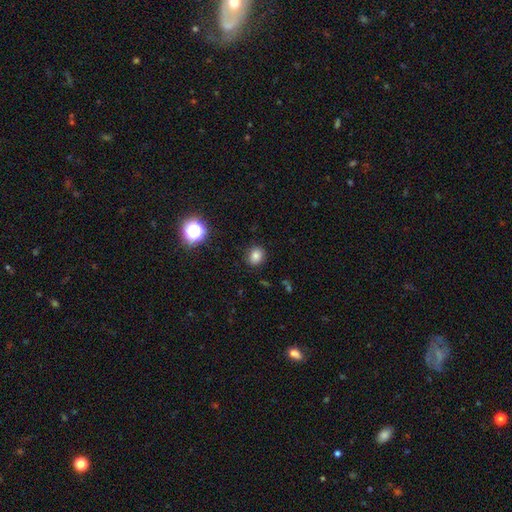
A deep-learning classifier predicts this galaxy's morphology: smooth 80%, star or artifact 14%, featured or disk 6%. Down the decision tree: how rounded — round (71%); merging — none (88%).